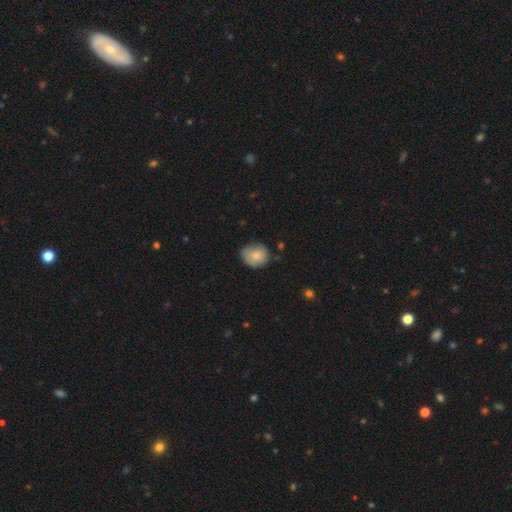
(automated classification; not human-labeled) Morphology: type=smooth (77%); roundness=round (71%); merging=none (69%).